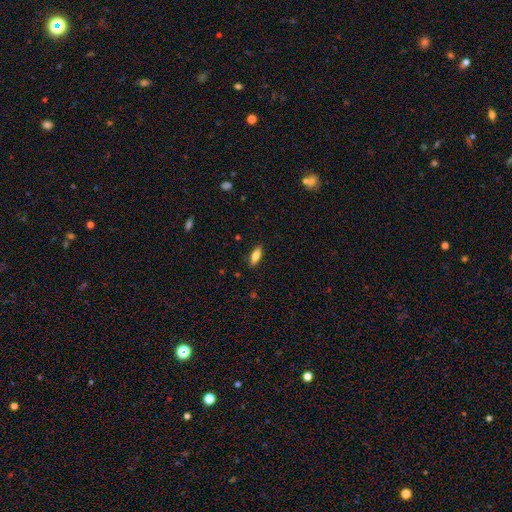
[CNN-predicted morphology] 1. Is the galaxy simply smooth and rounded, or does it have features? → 75% smooth, 18% featured or disk, 7% star or artifact.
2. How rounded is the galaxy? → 64% in between, 34% cigar-shaped, 2% round.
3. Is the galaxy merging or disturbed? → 87% none, 9% minor disturbance, 2% major disturbance, 1% merger.